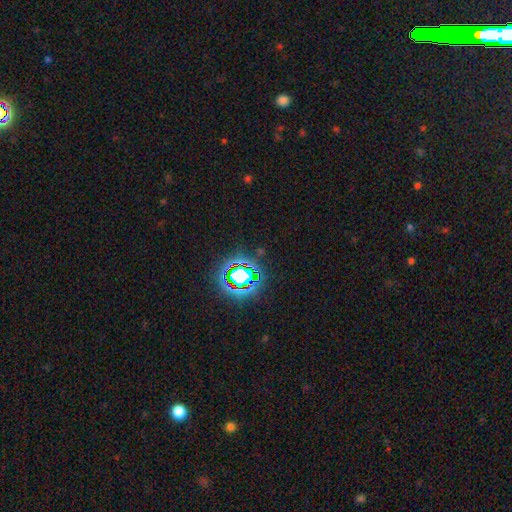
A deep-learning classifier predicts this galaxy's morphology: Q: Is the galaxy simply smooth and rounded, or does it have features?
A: star or artifact — 78%.